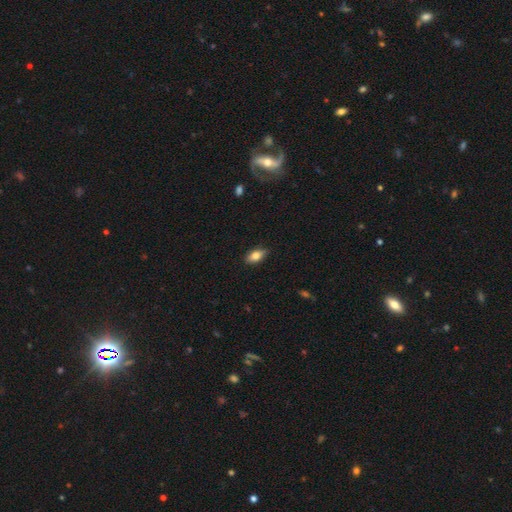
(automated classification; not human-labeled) Smooth or featured: smooth — 77% (featured or disk — 15%)
How rounded: in between — 88% (cigar-shaped — 7%)
Merging: none — 86% (minor disturbance — 11%)